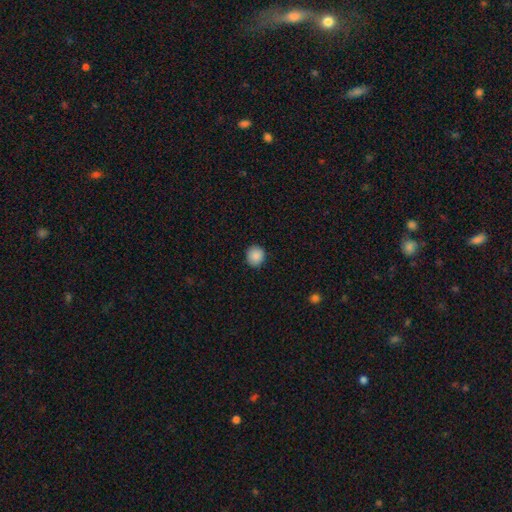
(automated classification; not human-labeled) Smooth or featured?
  - smooth: 88% *
  - star or artifact: 9%
  - featured or disk: 3%
How rounded?
  - round: 88% *
  - in between: 11%
  - cigar-shaped: 1%
Merging?
  - none: 89% *
  - minor disturbance: 8%
  - major disturbance: 2%
  - merger: 1%